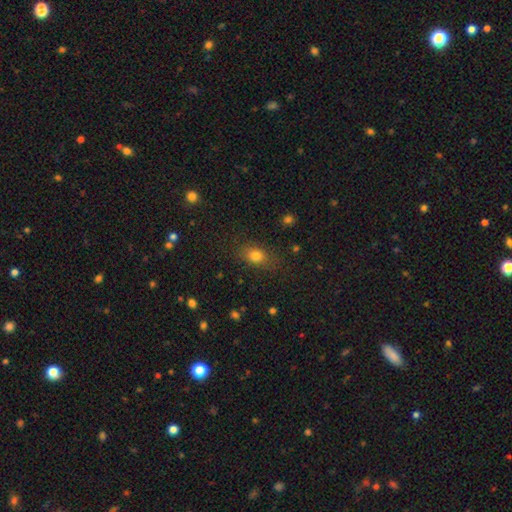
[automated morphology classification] Smooth or featured? Predicted: smooth (p=0.79). How rounded? Predicted: in between (p=0.67). Merging? Predicted: none (p=0.79).